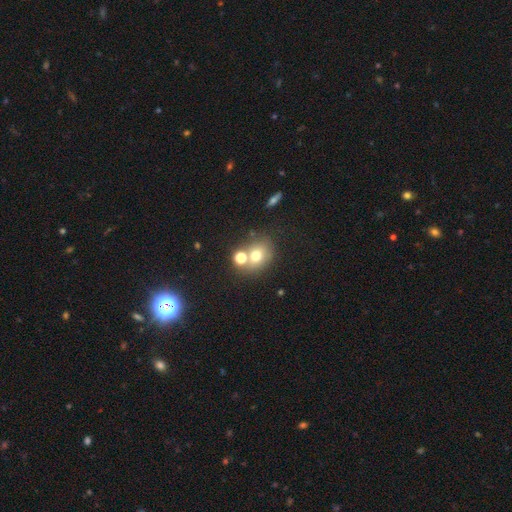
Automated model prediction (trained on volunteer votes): Smooth or featured? Predicted: smooth (p=0.69). How rounded? Predicted: round (p=0.61). Merging? Predicted: none (p=0.54).